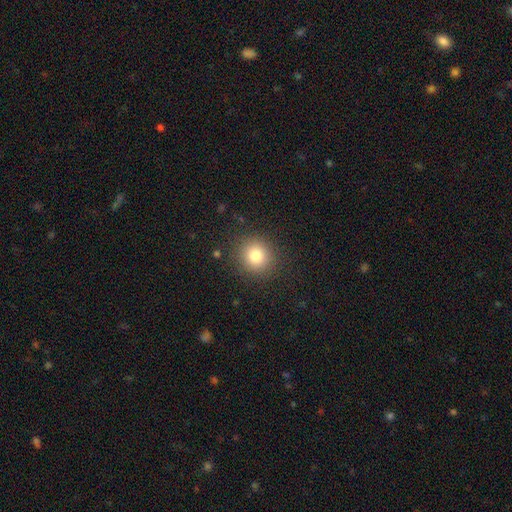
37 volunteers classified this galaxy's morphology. This is clearly a smooth galaxy (92%). How rounded: clearly round (82%). Merging: clearly none (86%).